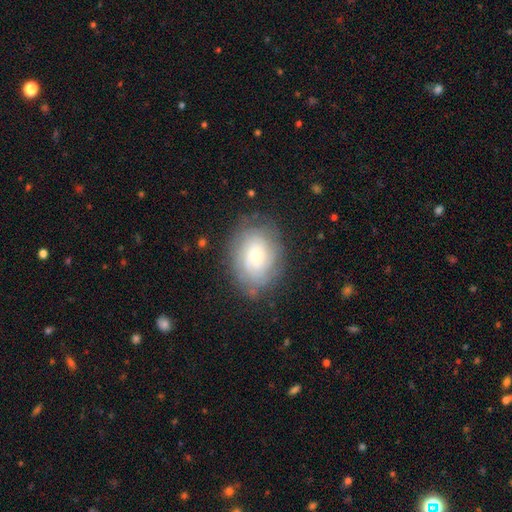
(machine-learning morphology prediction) A featured or disk galaxy (56%) with no bar (78%), spiral arms (84%) and a small central bulge (56%).

Vote fractions:
- Smooth or featured? featured or disk: 56% / smooth: 35% / star or artifact: 9%
- Edge-on disk? no: 96% / yes: 4%
- Bar? no: 78% / weak: 18% / strong: 3%
- Spiral arms? yes: 84% / no: 16%
- Bulge size? small: 56% / moderate: 32% / large: 7% / none: 3% / dominant: 2%
- Merging? none: 76% / minor disturbance: 16% / major disturbance: 7% / merger: 1%